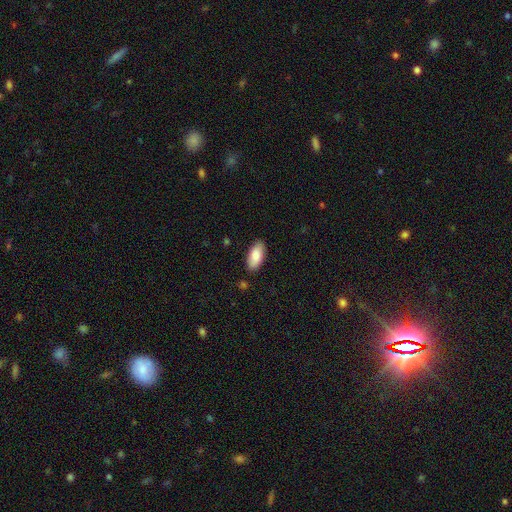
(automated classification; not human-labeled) Morphology: type=smooth (86%); roundness=in between (90%); merging=none (85%).